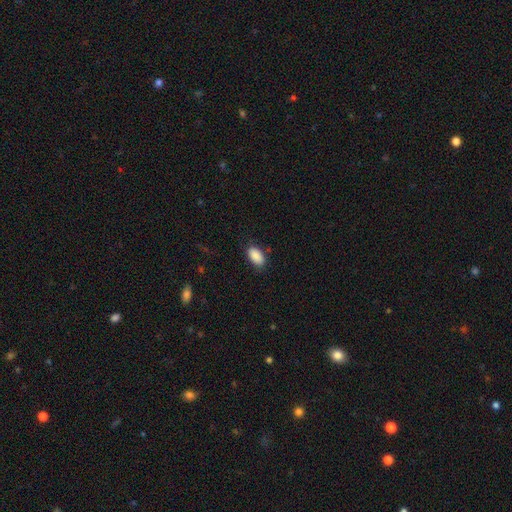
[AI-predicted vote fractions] Smooth or featured? Predicted: smooth (p=0.89). How rounded? Predicted: in between (p=0.94). Merging? Predicted: none (p=0.80).